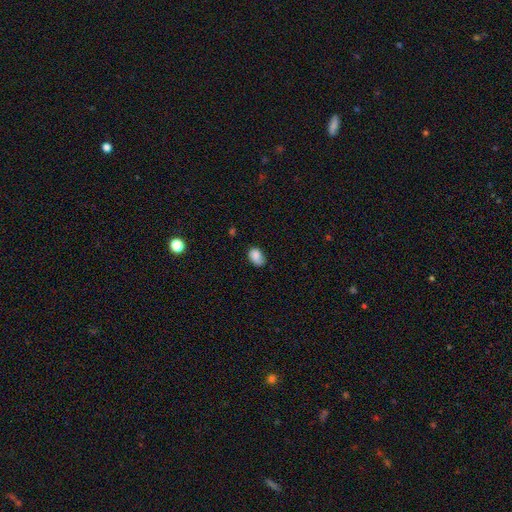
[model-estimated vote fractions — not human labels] Morphology: type=smooth (84%); roundness=in between (81%); merging=none (64%).